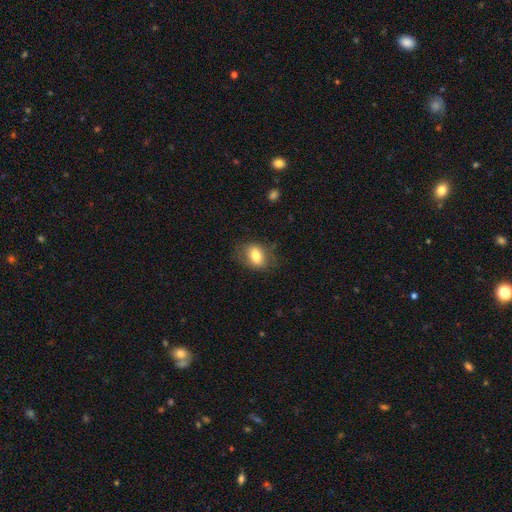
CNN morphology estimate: A smooth galaxy with no disk features (75%) that is in between round and cigar-shaped (75%). Merging: none (71%).